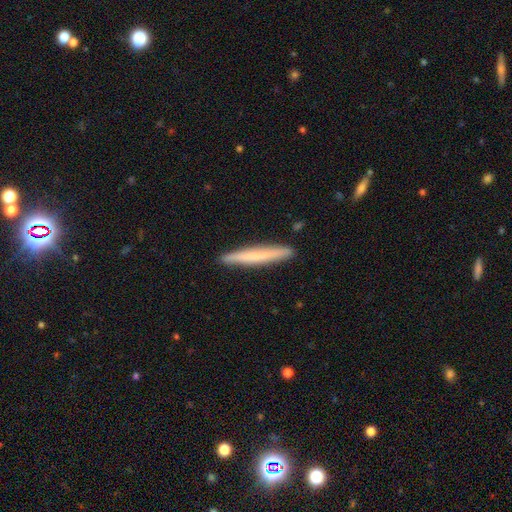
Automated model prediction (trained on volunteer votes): The model was most divided on "smooth or featured": smooth: 63%, featured or disk: 31%, star or artifact: 6%. More confident: how rounded — cigar-shaped (97%); merging — none (91%).